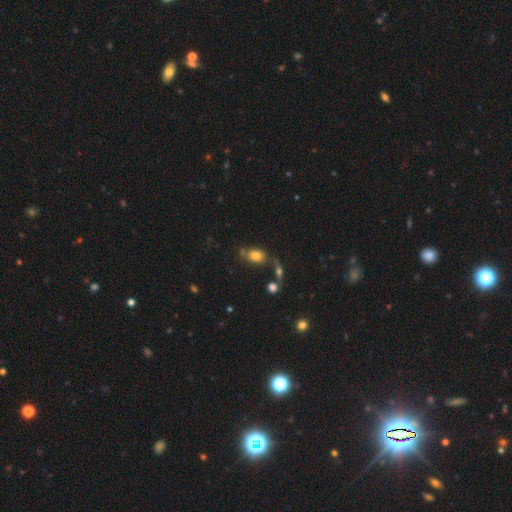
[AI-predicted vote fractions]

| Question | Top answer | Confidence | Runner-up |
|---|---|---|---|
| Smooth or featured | smooth | 77% | featured or disk (12%) |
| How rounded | in between | 75% | round (23%) |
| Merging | none | 54% | merger (23%) |